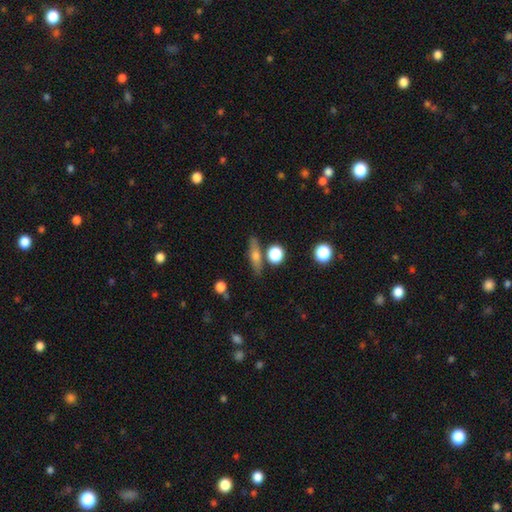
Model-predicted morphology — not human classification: Smooth or featured?
  - smooth: 54% *
  - featured or disk: 36%
  - star or artifact: 10%
How rounded?
  - cigar-shaped: 59% *
  - in between: 29%
  - round: 13%
Merging?
  - none: 78% *
  - minor disturbance: 11%
  - merger: 8%
  - major disturbance: 3%